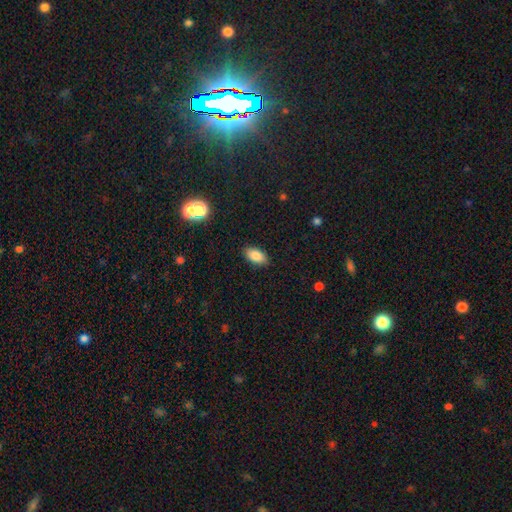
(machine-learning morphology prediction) Smooth or featured: smooth — 84% (star or artifact — 9%)
How rounded: in between — 92% (round — 5%)
Merging: none — 88% (minor disturbance — 9%)